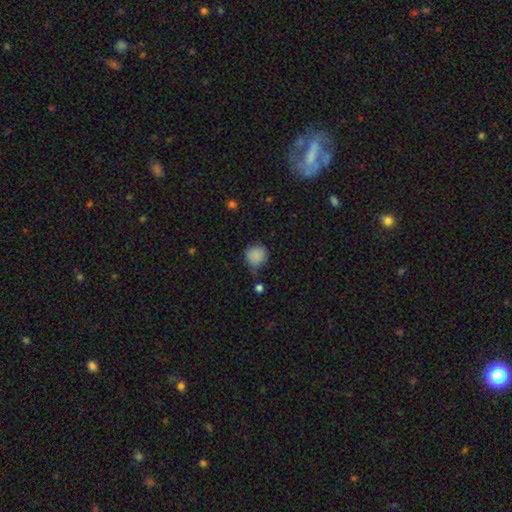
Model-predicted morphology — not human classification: Q: Smooth or featured?
A: smooth (86%); runner-up: star or artifact (10%)
Q: How rounded?
A: round (89%); runner-up: in between (10%)
Q: Merging?
A: none (64%); runner-up: minor disturbance (25%)